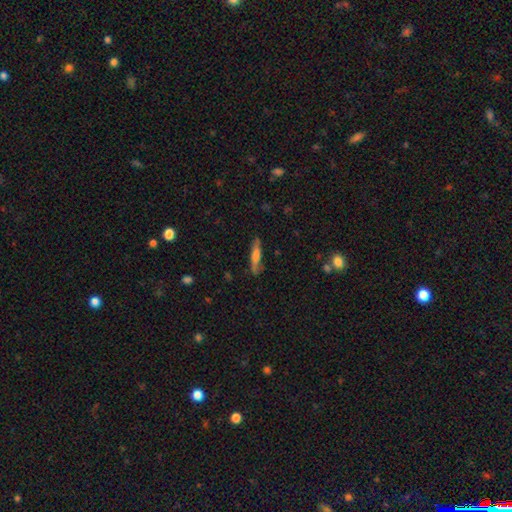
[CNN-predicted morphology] smooth 59%, featured or disk 34%, star or artifact 7%. Down the decision tree: how rounded — cigar-shaped (85%); merging — none (81%).